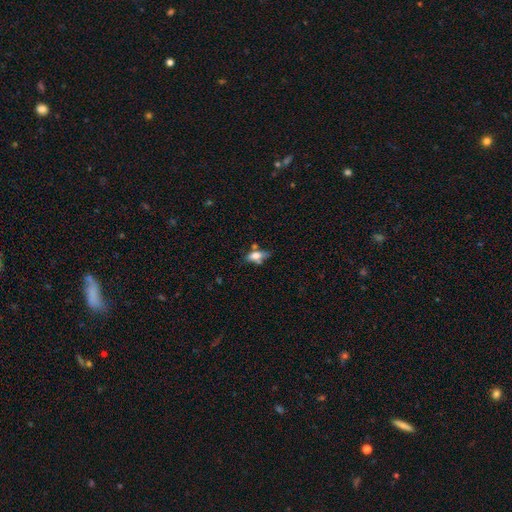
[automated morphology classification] Smooth or featured? Predicted: smooth (p=0.64). How rounded? Predicted: in between (p=0.75). Merging? Predicted: none (p=0.47).